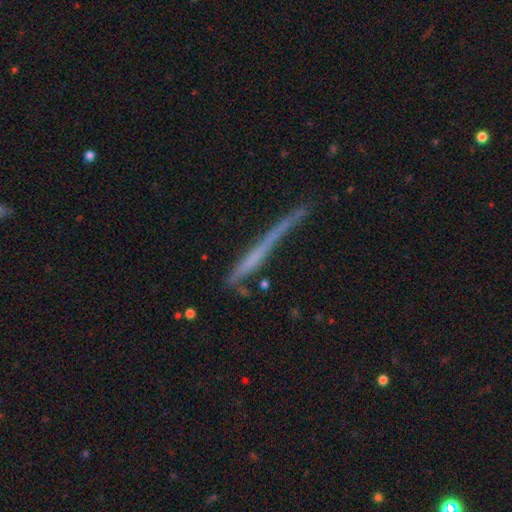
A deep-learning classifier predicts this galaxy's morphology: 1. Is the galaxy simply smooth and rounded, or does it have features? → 50% featured or disk, 40% smooth, 9% star or artifact.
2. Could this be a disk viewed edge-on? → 91% yes, 9% no.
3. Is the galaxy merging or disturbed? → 57% none, 26% minor disturbance, 11% major disturbance, 6% merger.